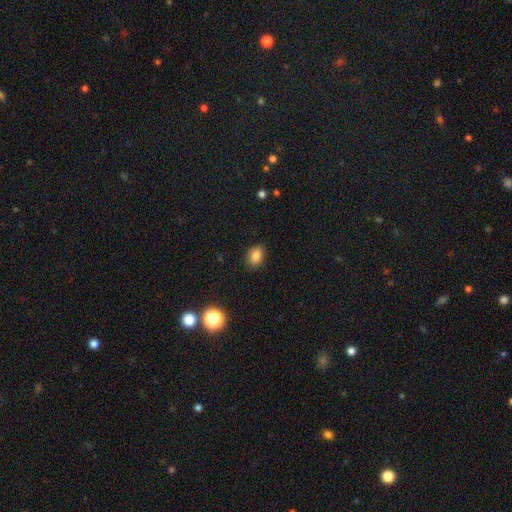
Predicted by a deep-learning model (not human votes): Smooth or featured?
  - smooth: 84% *
  - star or artifact: 11%
  - featured or disk: 5%
How rounded?
  - in between: 67% *
  - round: 32%
  - cigar-shaped: 1%
Merging?
  - none: 84% *
  - minor disturbance: 12%
  - major disturbance: 3%
  - merger: 1%